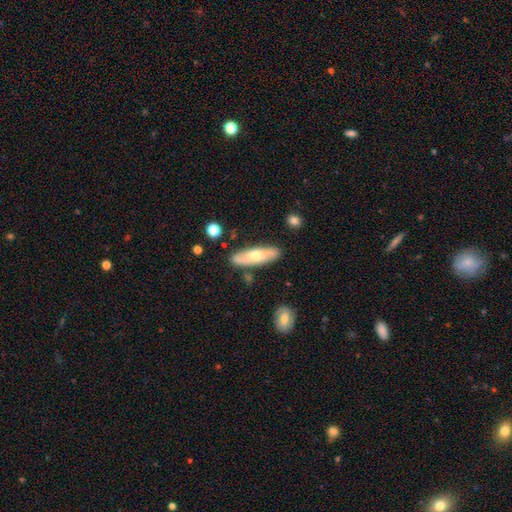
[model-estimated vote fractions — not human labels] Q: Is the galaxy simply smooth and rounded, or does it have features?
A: smooth — 51%.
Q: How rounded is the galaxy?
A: cigar-shaped — 55%.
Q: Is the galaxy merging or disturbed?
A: none — 82%.